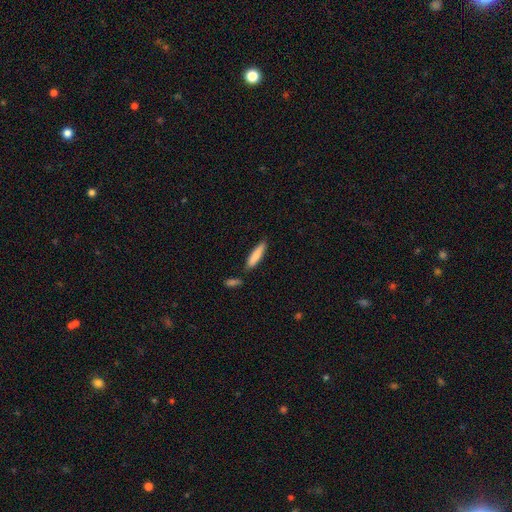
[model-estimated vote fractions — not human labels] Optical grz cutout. It shows a smooth galaxy with no disk features (81%) that is cigar-shaped (80%). Merging: none (78%).